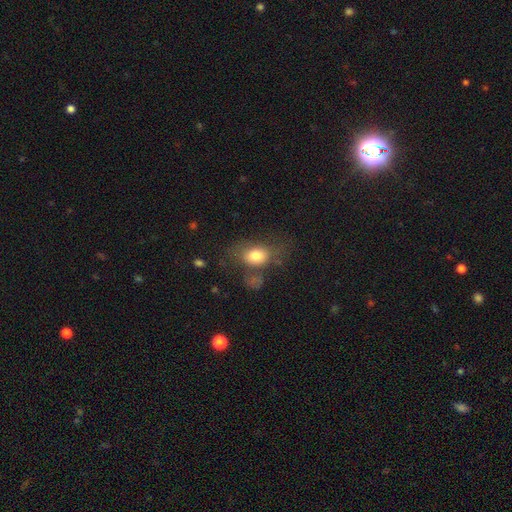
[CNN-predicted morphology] Smooth or featured?
  - smooth: 75% *
  - featured or disk: 16%
  - star or artifact: 10%
How rounded?
  - in between: 71% *
  - round: 28%
  - cigar-shaped: 2%
Merging?
  - none: 45% *
  - major disturbance: 23%
  - minor disturbance: 22%
  - merger: 10%